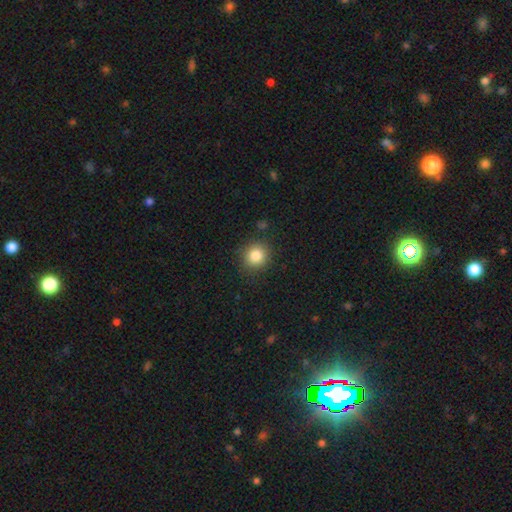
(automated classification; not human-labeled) smooth-or-featured: smooth: 83% | star or artifact: 11% | featured or disk: 6%
  how-rounded: round: 90% | in between: 9% | cigar-shaped: 1%
  merging: none: 88% | minor disturbance: 8% | major disturbance: 2% | merger: 2%